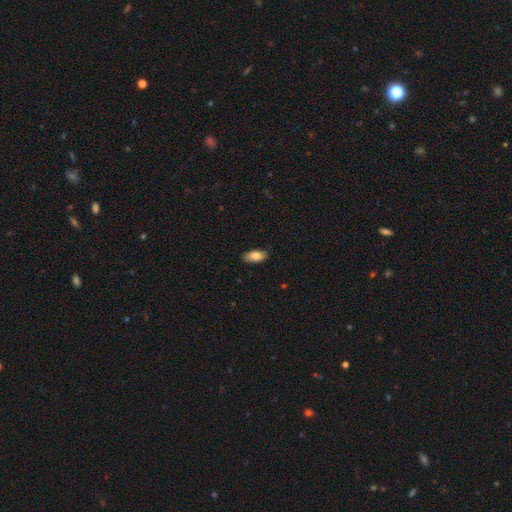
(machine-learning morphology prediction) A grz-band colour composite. It shows a smooth galaxy with no disk features (81%) that is in between round and cigar-shaped (90%). Merging: none (85%).